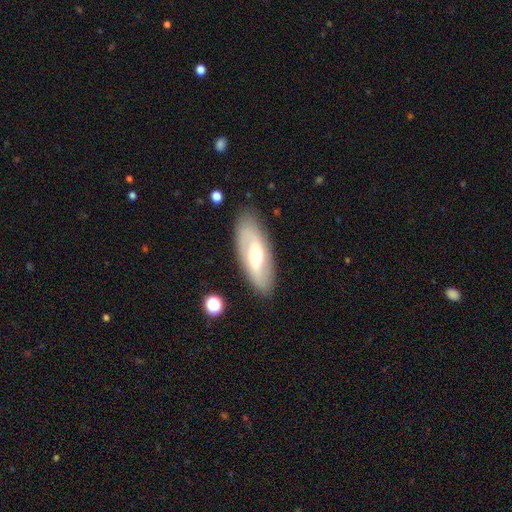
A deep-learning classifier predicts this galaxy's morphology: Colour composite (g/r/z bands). It shows a featured or disk galaxy (57%). Merging: none (85%).